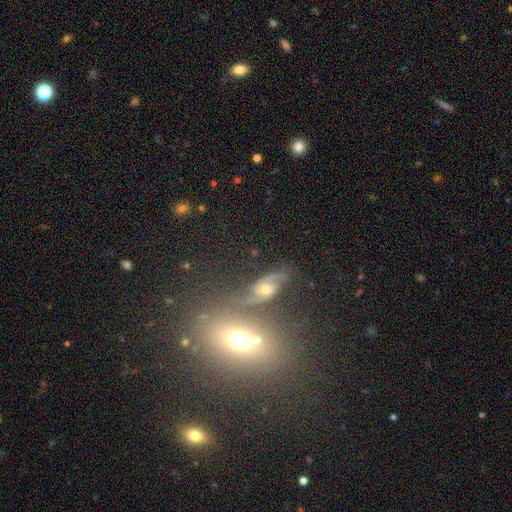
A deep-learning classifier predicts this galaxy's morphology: smooth-or-featured: smooth: 47% | featured or disk: 30% | star or artifact: 23%
  merging: none: 58% | merger: 25% | minor disturbance: 11% | major disturbance: 6%